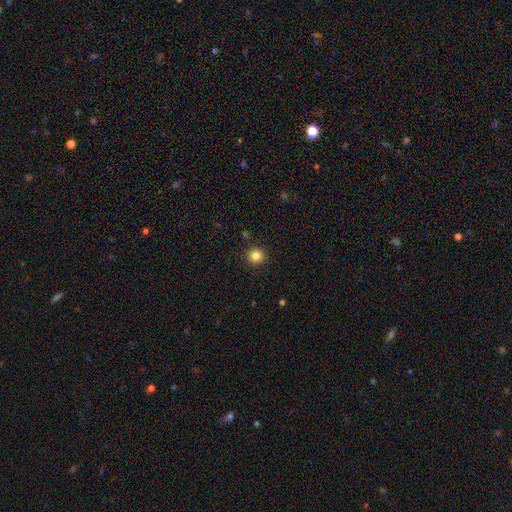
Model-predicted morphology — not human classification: The model was most divided on "smooth or featured": smooth: 85%, star or artifact: 11%, featured or disk: 4%. More confident: merging — none (91%); how rounded — round (91%).